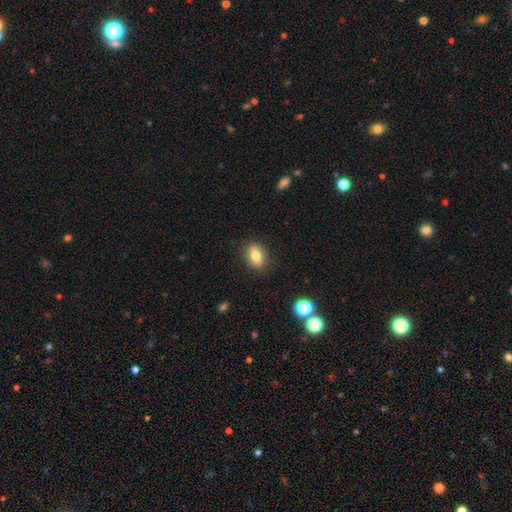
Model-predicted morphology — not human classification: Smooth or featured? smooth (79%)
How rounded? in between (80%)
Merging? none (86%)